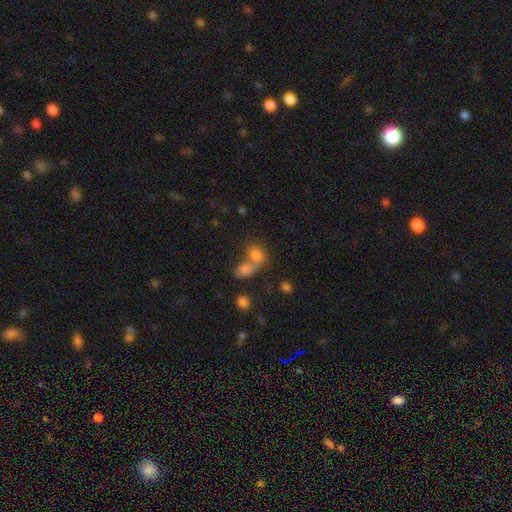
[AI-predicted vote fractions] A smooth galaxy with no disk features (73%) that is in between round and cigar-shaped (58%). Merging: merger (69%).